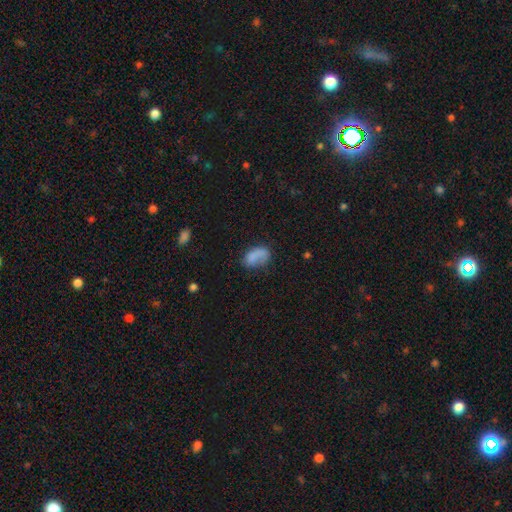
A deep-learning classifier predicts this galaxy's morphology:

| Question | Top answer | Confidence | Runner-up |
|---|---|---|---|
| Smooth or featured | smooth | 73% | featured or disk (17%) |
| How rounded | in between | 89% | round (9%) |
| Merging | none | 46% | minor disturbance (29%) |